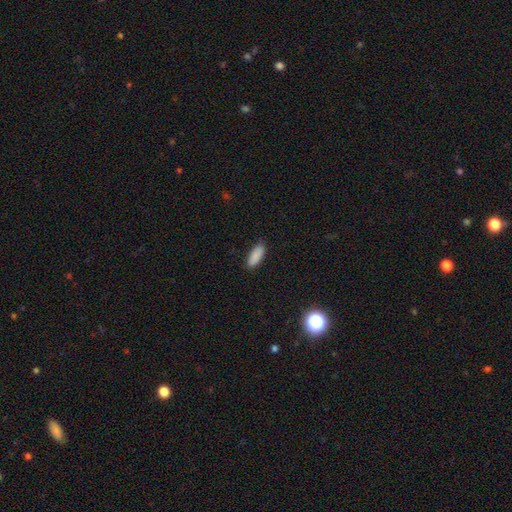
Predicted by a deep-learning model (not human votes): smooth_or_featured: smooth (p=0.88) [alt: star or artifact p=0.07]
how_rounded: in between (p=0.71) [alt: cigar-shaped p=0.27]
merging: none (p=0.86) [alt: minor disturbance p=0.11]